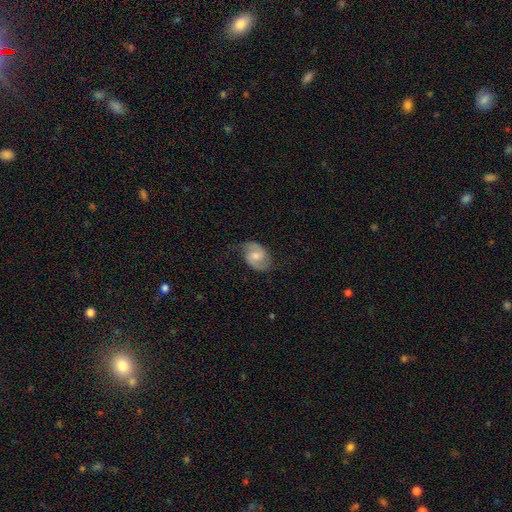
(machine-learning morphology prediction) A featured or disk galaxy (67%) with a weak bar (47%), 2 (88%) medium (48%) spiral arms (93%) and a moderate central bulge (53%).

Vote fractions:
- Smooth or featured? featured or disk: 67% / smooth: 26% / star or artifact: 7%
- Edge-on disk? no: 97% / yes: 3%
- Bar? weak: 47% / no: 43% / strong: 10%
- Spiral arms? yes: 93% / no: 7%
- Spiral winding? medium: 48% / loose: 32% / tight: 21%
- Spiral arm count? 2: 88% / can't tell: 6% / 1: 3% / 3: 1% / 4: 1% / more than 4: 1%
- Bulge size? moderate: 53% / small: 35% / none: 6% / large: 5% / dominant: 1%
- Merging? none: 67% / minor disturbance: 22% / major disturbance: 9% / merger: 1%